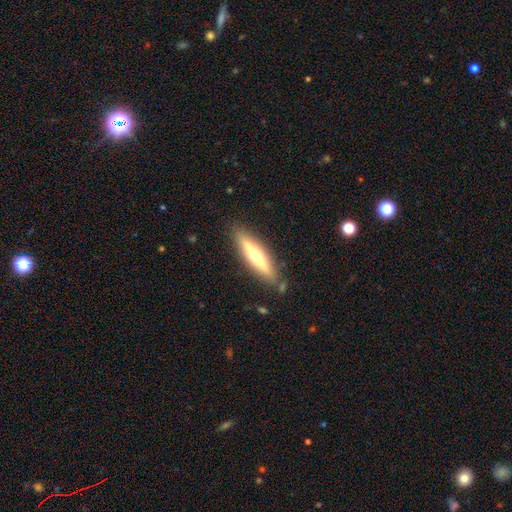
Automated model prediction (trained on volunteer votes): smooth-or-featured: featured or disk: 54% | smooth: 40% | star or artifact: 6%
  disk-edge-on: yes: 92% | no: 8%
  merging: none: 86% | minor disturbance: 10% | merger: 2% | major disturbance: 2%